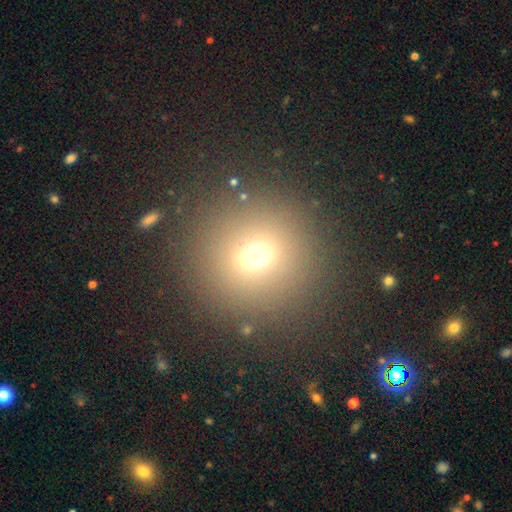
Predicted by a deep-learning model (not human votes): smooth 67%, star or artifact 23%, featured or disk 10%. Down the decision tree: how rounded — round (90%); merging — none (87%).